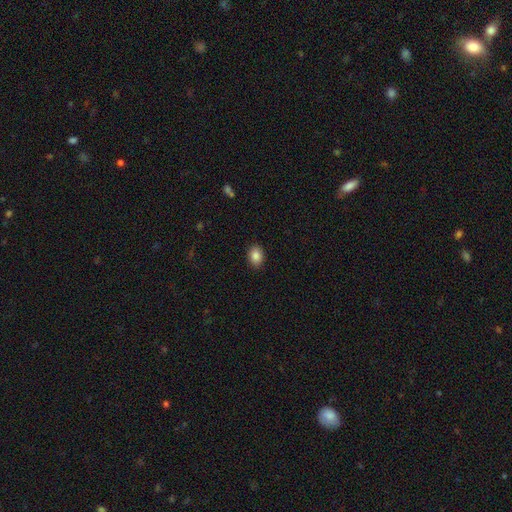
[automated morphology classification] A smooth galaxy with no disk features (87%) that is in between round and cigar-shaped (69%). Merging: none (89%).